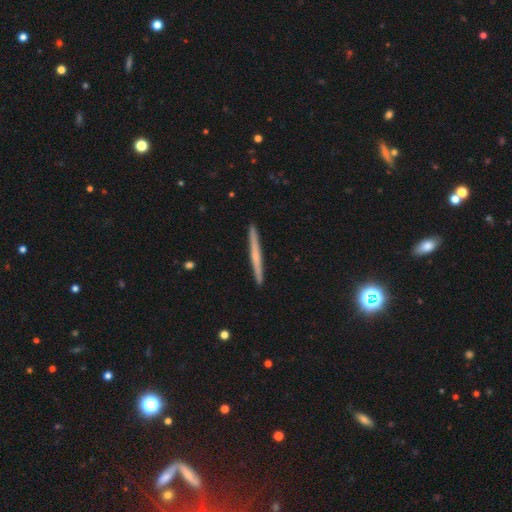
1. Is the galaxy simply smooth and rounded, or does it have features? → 59% featured or disk, 38% smooth, 3% star or artifact.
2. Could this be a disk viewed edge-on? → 95% yes, 5% no.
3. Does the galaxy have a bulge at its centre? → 67% none, 33% rounded, 0% boxy.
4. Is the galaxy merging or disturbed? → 100% none, 0% minor disturbance, 0% major disturbance, 0% merger.